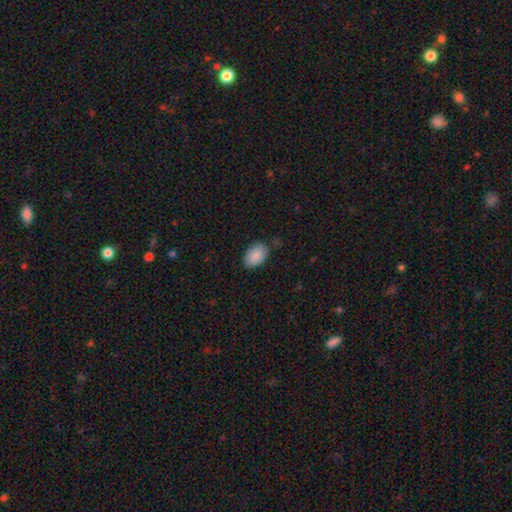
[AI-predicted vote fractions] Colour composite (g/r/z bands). It shows a smooth galaxy with no disk features (89%) that is in between round and cigar-shaped (91%). Merging: none (79%).